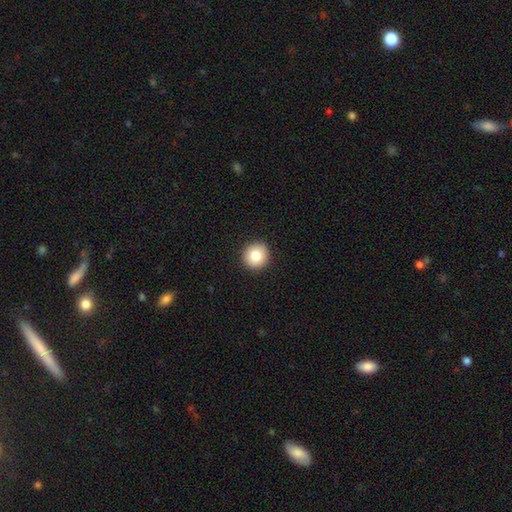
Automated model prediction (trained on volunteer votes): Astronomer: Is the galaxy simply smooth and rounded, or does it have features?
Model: smooth — 82%.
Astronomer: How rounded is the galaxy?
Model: round — 93%.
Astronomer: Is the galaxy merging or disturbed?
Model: none — 92%.